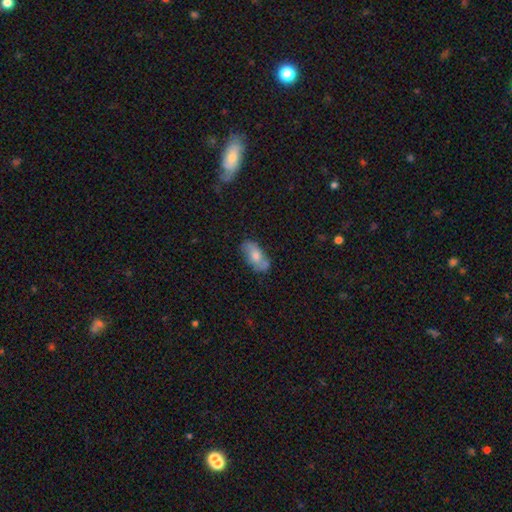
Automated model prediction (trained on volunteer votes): smooth-or-featured: smooth: 57% | featured or disk: 35% | star or artifact: 8%
  how-rounded: in between: 86% | cigar-shaped: 10% | round: 5%
  merging: none: 69% | minor disturbance: 20% | merger: 6% | major disturbance: 5%